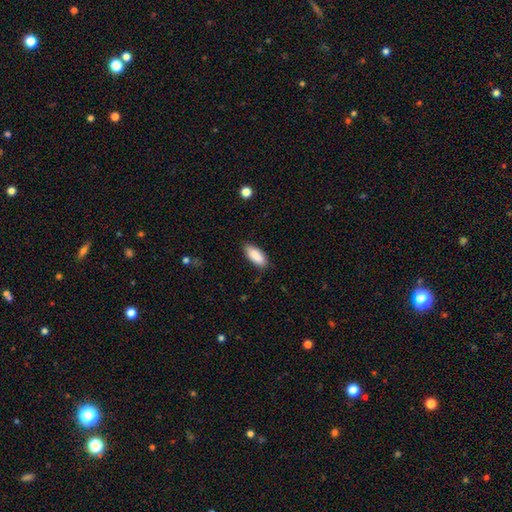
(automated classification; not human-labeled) This is clearly a smooth galaxy (88%). How rounded: clearly in between (80%). Merging: clearly none (81%).